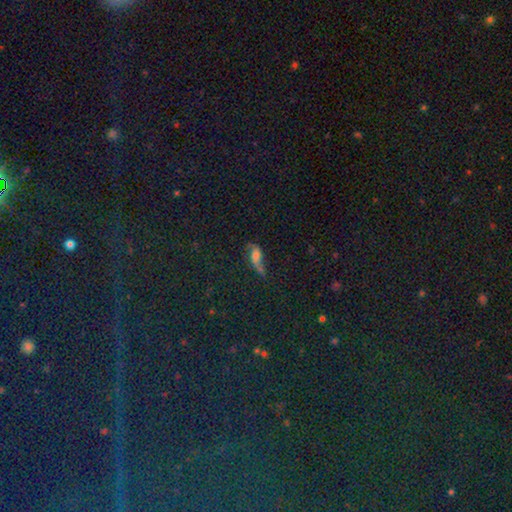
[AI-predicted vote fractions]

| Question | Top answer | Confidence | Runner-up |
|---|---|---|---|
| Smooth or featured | featured or disk | 49% | smooth (33%) |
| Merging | none | 42% | major disturbance (26%) |